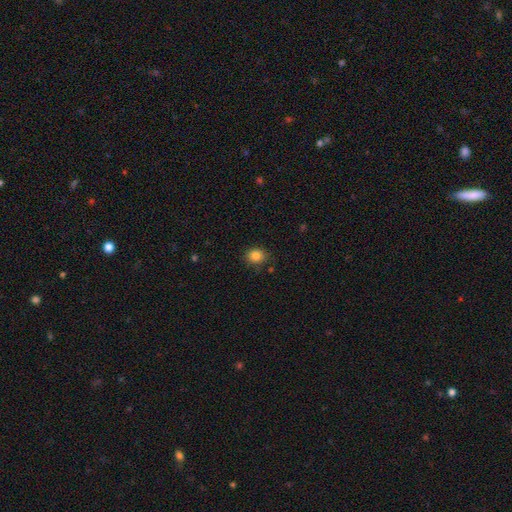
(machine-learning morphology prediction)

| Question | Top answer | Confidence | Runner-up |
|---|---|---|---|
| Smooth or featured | smooth | 84% | star or artifact (11%) |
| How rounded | round | 66% | in between (34%) |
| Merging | none | 83% | minor disturbance (12%) |